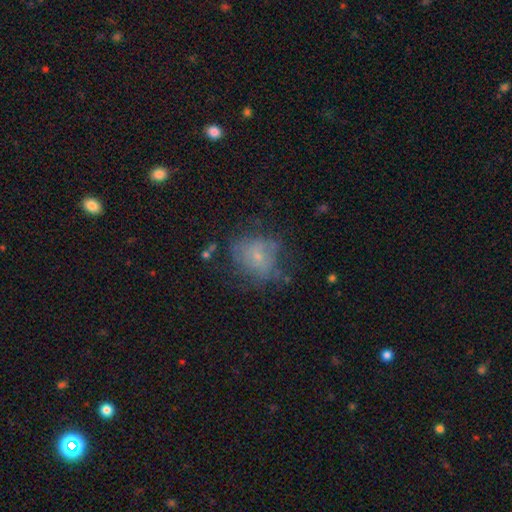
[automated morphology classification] smooth-or-featured: smooth: 46% | featured or disk: 32% | star or artifact: 22%
  merging: none: 61% | minor disturbance: 22% | major disturbance: 14% | merger: 3%